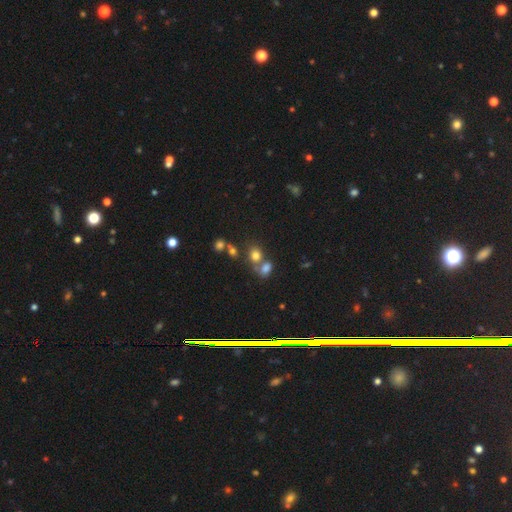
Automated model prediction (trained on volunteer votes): smooth-or-featured: smooth: 73% | star or artifact: 16% | featured or disk: 11%
  how-rounded: round: 65% | in between: 34% | cigar-shaped: 1%
  merging: none: 47% | merger: 39% | minor disturbance: 10% | major disturbance: 5%